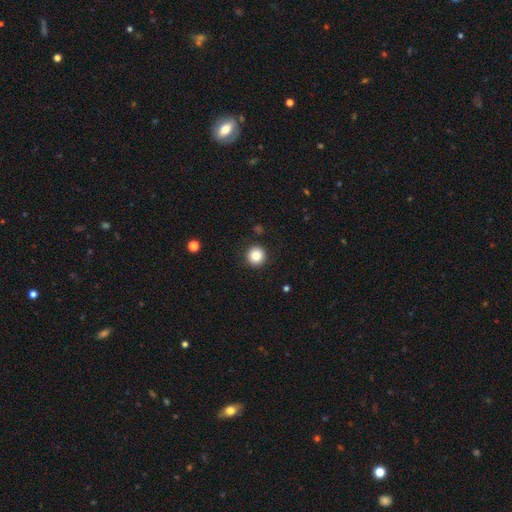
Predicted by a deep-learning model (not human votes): Smooth or featured: smooth — 84% (star or artifact — 10%)
How rounded: round — 95% (in between — 4%)
Merging: none — 92% (minor disturbance — 5%)